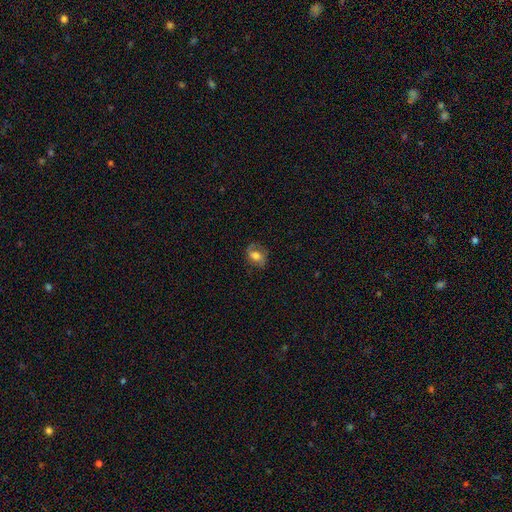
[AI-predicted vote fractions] A smooth galaxy with no disk features (54%) that is in between round and cigar-shaped (69%). Merging: none (68%).